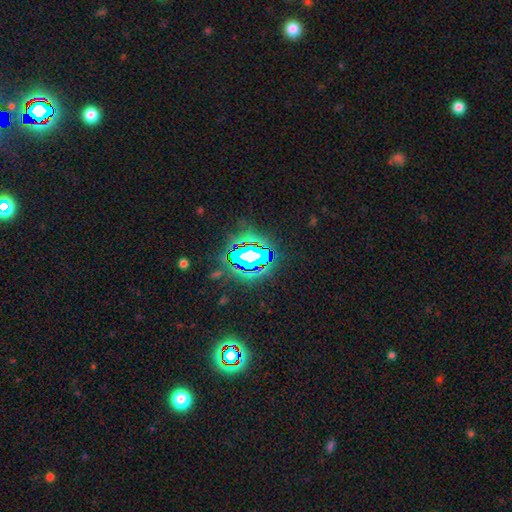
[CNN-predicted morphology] Smooth or featured? Predicted: star or artifact (p=0.75).